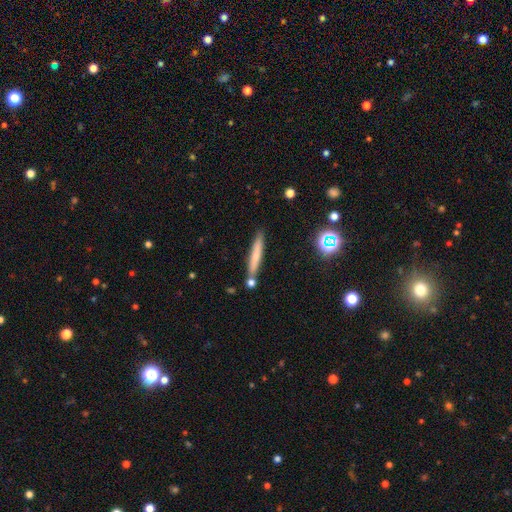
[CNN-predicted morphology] Smooth or featured?
  - smooth: 62% *
  - featured or disk: 29%
  - star or artifact: 9%
How rounded?
  - cigar-shaped: 94% *
  - in between: 5%
  - round: 2%
Merging?
  - none: 80% *
  - minor disturbance: 10%
  - merger: 7%
  - major disturbance: 2%